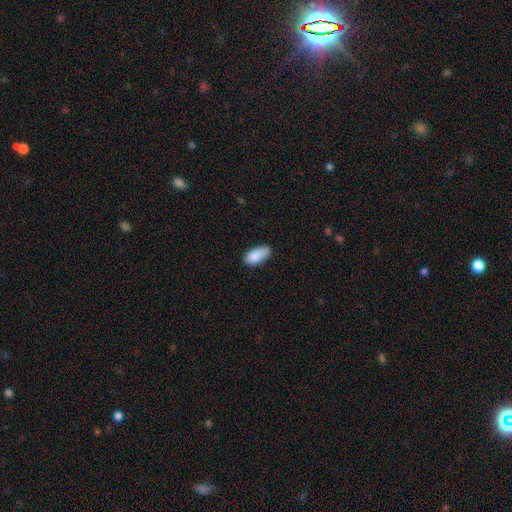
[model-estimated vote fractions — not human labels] Q: Smooth or featured?
A: smooth (88%); runner-up: star or artifact (7%)
Q: How rounded?
A: in between (91%); runner-up: cigar-shaped (7%)
Q: Merging?
A: none (71%); runner-up: minor disturbance (24%)